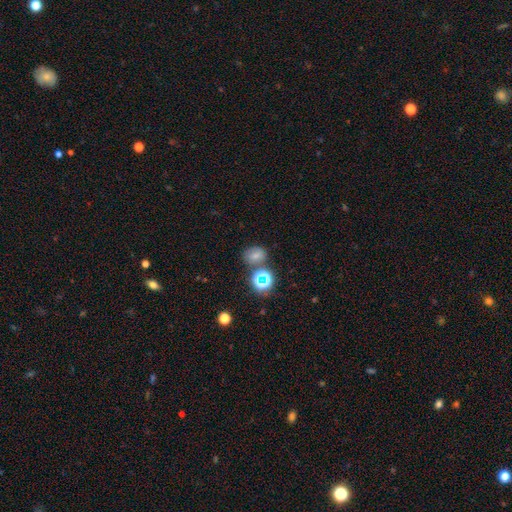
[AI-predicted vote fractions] Overall: smooth (63%; star or artifact 25%). How rounded: in between (51%; round 48%). Merging: none (68%).